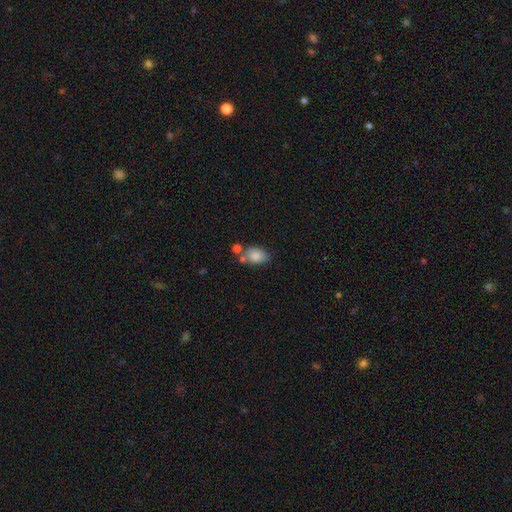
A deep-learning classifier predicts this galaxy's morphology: Q: Smooth or featured?
A: smooth (82%); runner-up: featured or disk (9%)
Q: How rounded?
A: in between (83%); runner-up: round (16%)
Q: Merging?
A: none (52%); runner-up: merger (25%)